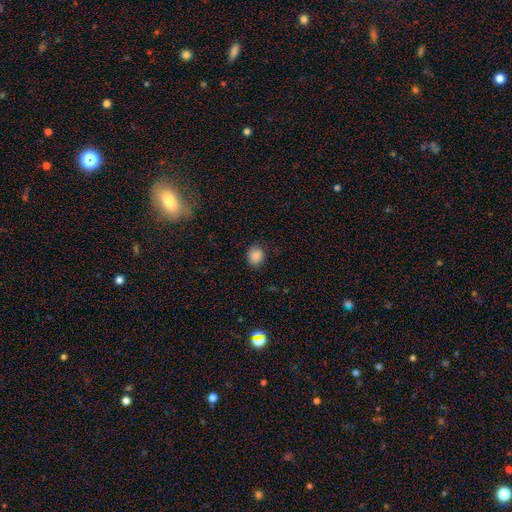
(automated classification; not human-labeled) Morphology: type=smooth (87%); roundness=round (69%); merging=none (83%).